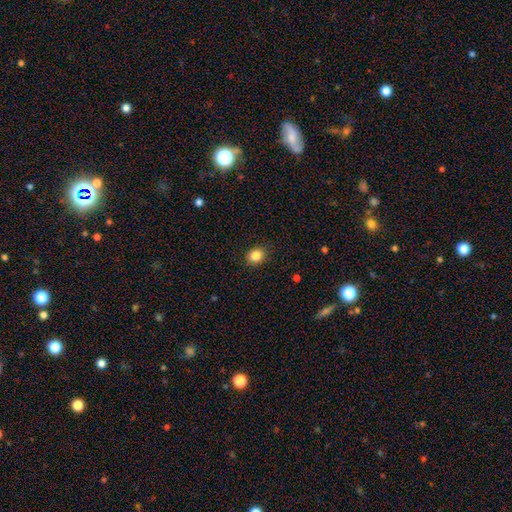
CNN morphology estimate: smooth-or-featured: smooth: 85% | star or artifact: 10% | featured or disk: 5%
  how-rounded: round: 61% | in between: 39% | cigar-shaped: 1%
  merging: none: 88% | minor disturbance: 9% | major disturbance: 2% | merger: 1%